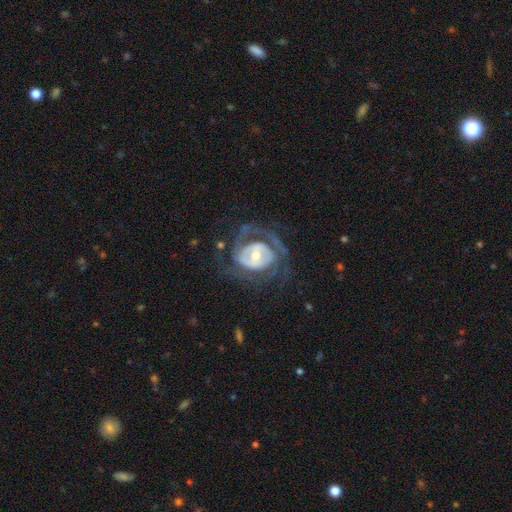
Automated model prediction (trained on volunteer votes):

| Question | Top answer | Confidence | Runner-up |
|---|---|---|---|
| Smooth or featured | featured or disk | 81% | smooth (13%) |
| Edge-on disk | no | 97% | yes (3%) |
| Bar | no | 46% | weak (37%) |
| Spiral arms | yes | 82% | no (18%) |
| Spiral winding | tight | 47% | medium (36%) |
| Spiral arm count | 2 | 43% | can't tell (27%) |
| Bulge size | moderate | 52% | small (39%) |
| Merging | none | 53% | major disturbance (27%) |